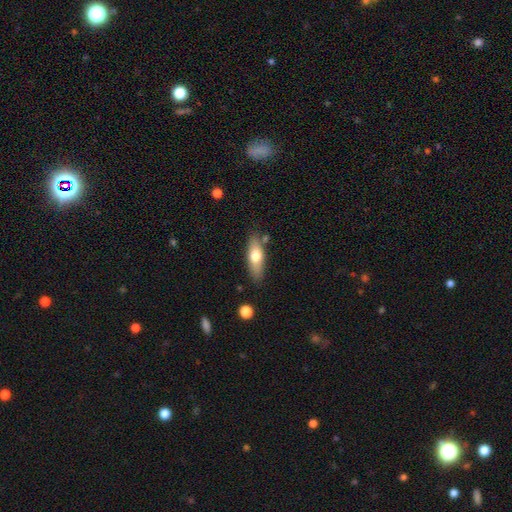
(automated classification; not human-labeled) smooth 62%, featured or disk 32%, star or artifact 6%. Down the decision tree: how rounded — in between (59%); merging — none (79%).